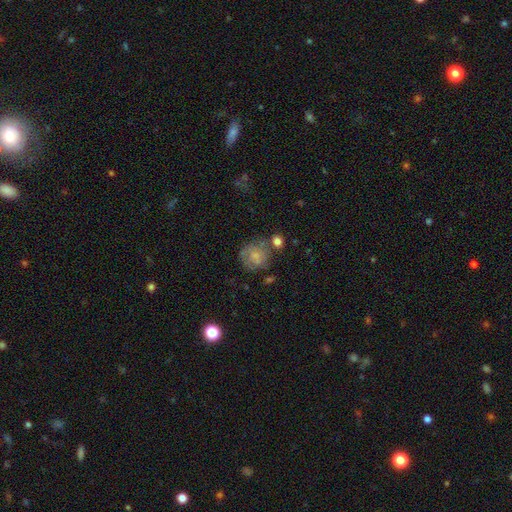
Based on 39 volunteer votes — Smooth or featured: smooth — 59% (featured or disk — 33%)
How rounded: round — 83% (in between — 17%)
Merging: none — 44% (major disturbance — 31%)